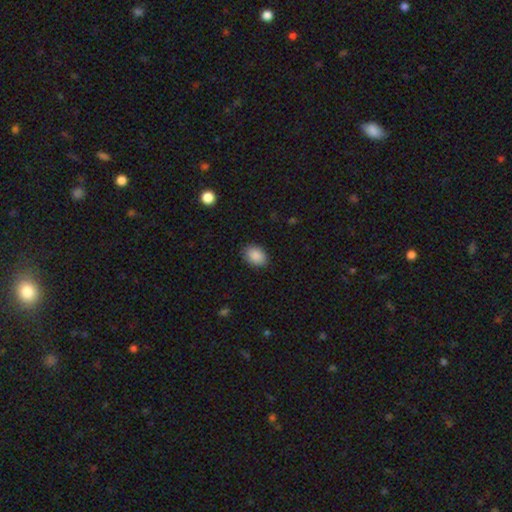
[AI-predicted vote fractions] smooth_or_featured: smooth (p=0.89) [alt: star or artifact p=0.07]
how_rounded: in between (p=0.81) [alt: round p=0.18]
merging: none (p=0.87) [alt: minor disturbance p=0.09]